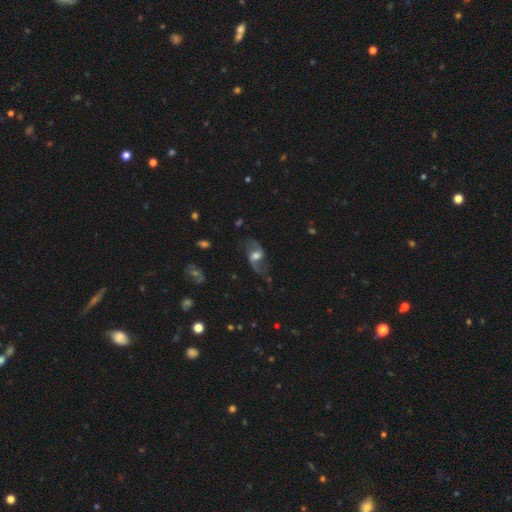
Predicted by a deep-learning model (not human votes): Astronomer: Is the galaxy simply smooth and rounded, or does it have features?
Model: featured or disk — 82%.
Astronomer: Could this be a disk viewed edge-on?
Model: no — 95%.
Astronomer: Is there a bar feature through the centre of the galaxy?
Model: weak — 45% (runner-up: no, 39%).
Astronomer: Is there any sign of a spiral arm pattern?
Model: yes — 93%.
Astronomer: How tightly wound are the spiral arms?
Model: loose — 78%.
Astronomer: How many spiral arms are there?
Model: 2 — 91%.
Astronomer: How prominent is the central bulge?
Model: moderate — 62%.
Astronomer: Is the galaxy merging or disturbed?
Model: none — 66%.